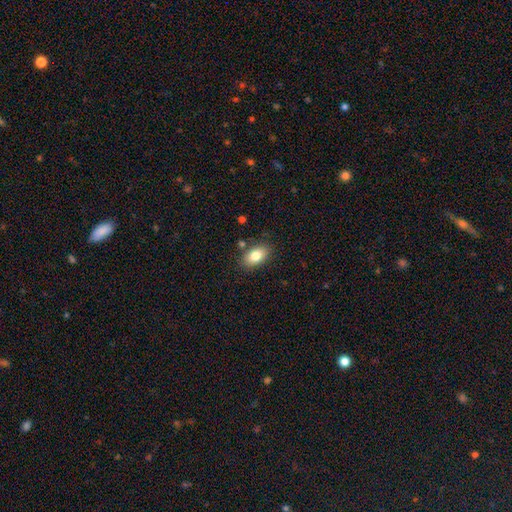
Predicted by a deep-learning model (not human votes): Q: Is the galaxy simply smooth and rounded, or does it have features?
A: smooth — 82%.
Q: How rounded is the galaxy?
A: in between — 91%.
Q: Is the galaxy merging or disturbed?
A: none — 83%.